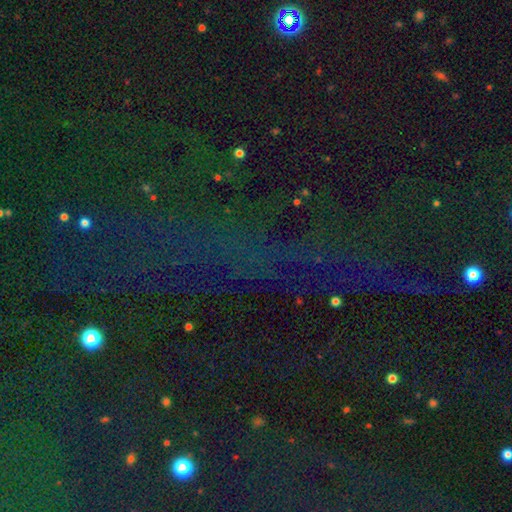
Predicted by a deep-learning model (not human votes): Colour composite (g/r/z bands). It shows a star or artifact, not a galaxy (76%).